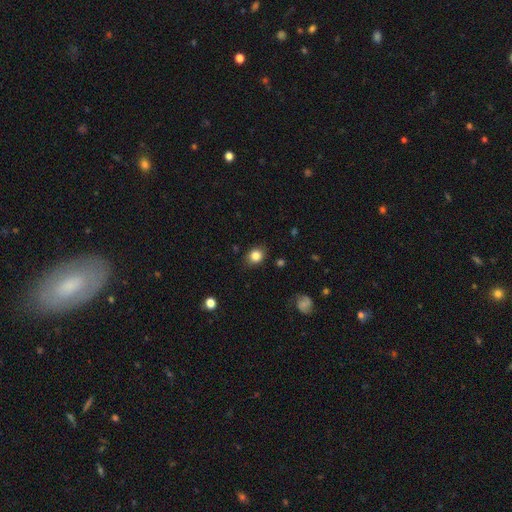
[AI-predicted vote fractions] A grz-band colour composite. It shows a smooth galaxy with no disk features (83%) that is round (59%). Merging: none (85%).